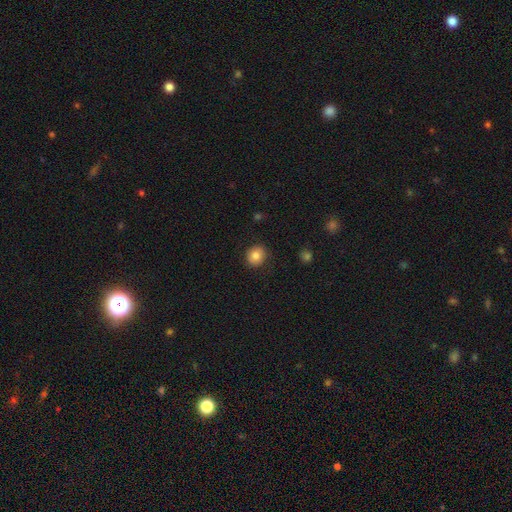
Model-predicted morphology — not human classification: Overall: smooth (83%). How rounded: round (79%). Merging: none (86%).